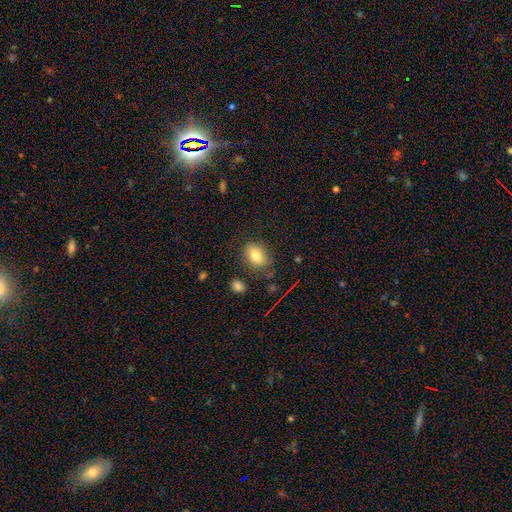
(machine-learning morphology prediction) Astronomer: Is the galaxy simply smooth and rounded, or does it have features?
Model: smooth — 80%.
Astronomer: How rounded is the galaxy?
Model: in between — 77%.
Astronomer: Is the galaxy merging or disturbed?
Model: none — 77%.